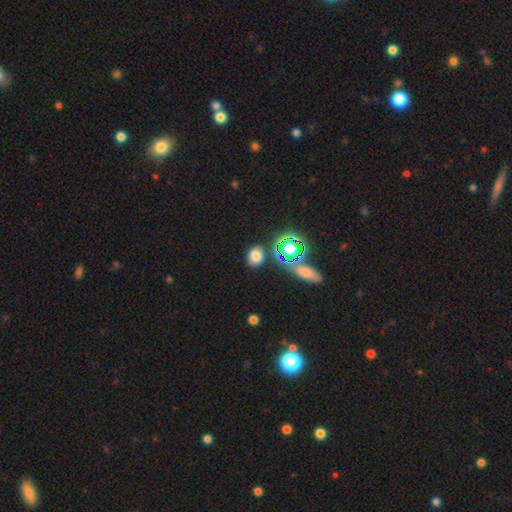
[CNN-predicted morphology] Smooth or featured?
  - smooth: 72% *
  - star or artifact: 21%
  - featured or disk: 7%
How rounded?
  - in between: 58% *
  - round: 40%
  - cigar-shaped: 2%
Merging?
  - none: 80% *
  - minor disturbance: 11%
  - merger: 6%
  - major disturbance: 3%